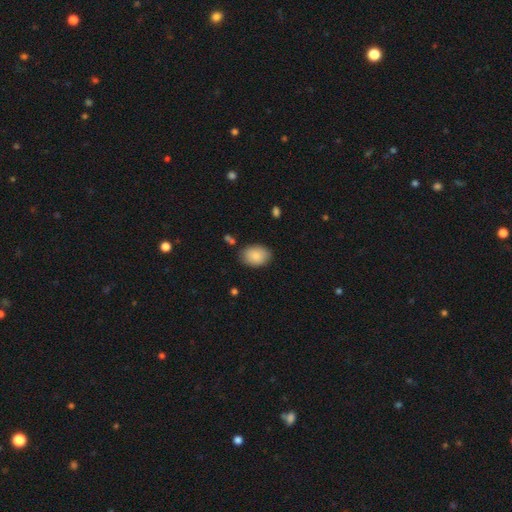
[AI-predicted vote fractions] smooth-or-featured: smooth: 88% | star or artifact: 7% | featured or disk: 5%
  how-rounded: in between: 80% | round: 19% | cigar-shaped: 1%
  merging: none: 82% | minor disturbance: 13% | major disturbance: 3% | merger: 2%